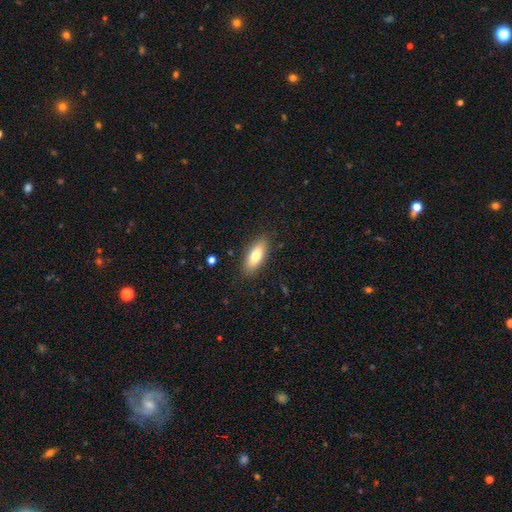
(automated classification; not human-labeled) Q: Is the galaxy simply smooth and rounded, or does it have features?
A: smooth — 77%.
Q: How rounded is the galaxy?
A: in between — 75%.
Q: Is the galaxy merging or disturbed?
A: none — 86%.